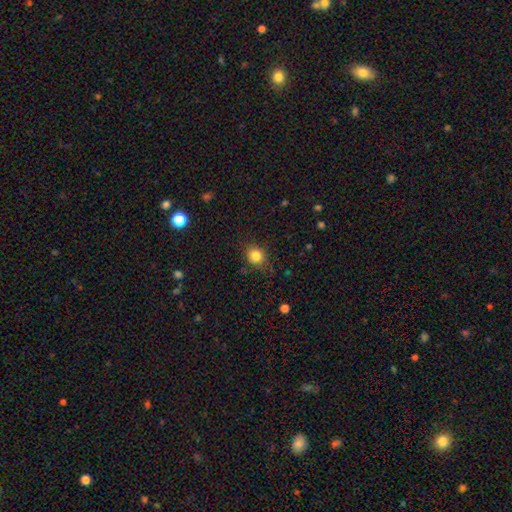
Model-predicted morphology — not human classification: Smooth or featured? Predicted: smooth (p=0.83). How rounded? Predicted: round (p=0.76). Merging? Predicted: none (p=0.83).